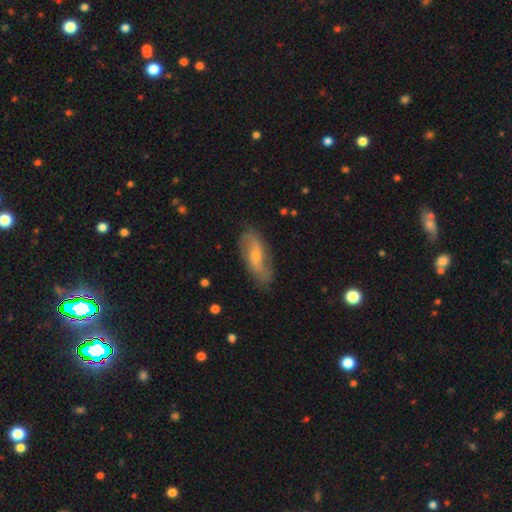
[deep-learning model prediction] featured or disk 66%, smooth 27%, star or artifact 7%. Down the decision tree: edge-on disk — no (88%); bar — no (50%); spiral arms — yes (87%); spiral arm count — 2 (82%); spiral winding — loose (48%); bulge size — small (61%); merging — none (75%).